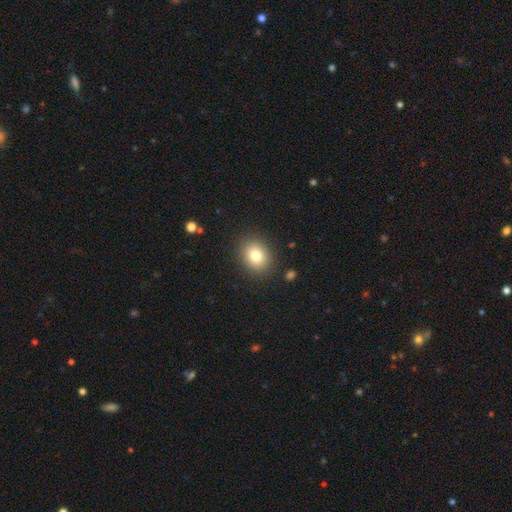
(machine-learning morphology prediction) A smooth galaxy with no disk features (80%) that is round (60%).

Vote fractions:
- Smooth or featured? smooth: 80% / star or artifact: 11% / featured or disk: 9%
- How rounded? round: 60% / in between: 39% / cigar-shaped: 1%
- Merging? none: 89% / minor disturbance: 8% / major disturbance: 3% / merger: 1%